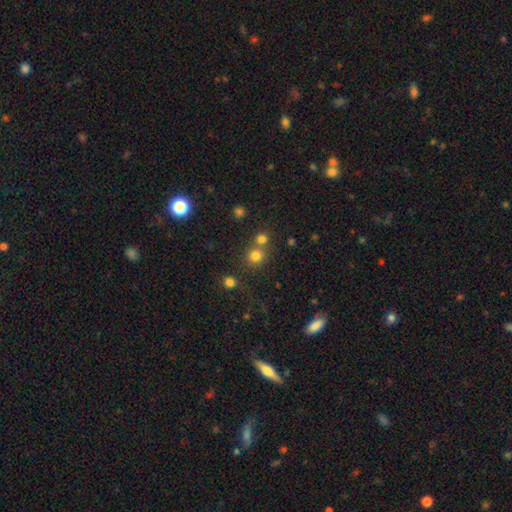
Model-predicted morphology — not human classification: type=smooth (77%); roundness=round (90%); merging=none (62%).